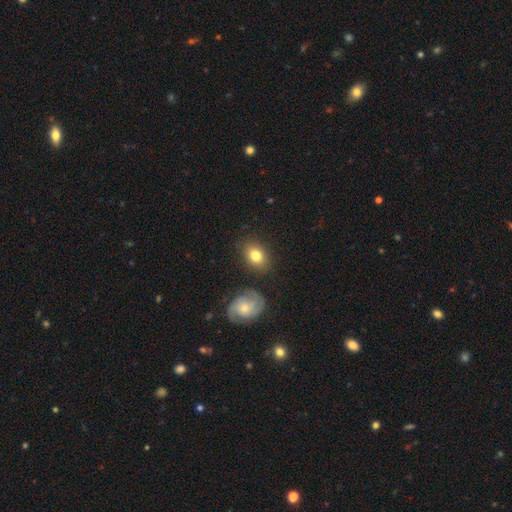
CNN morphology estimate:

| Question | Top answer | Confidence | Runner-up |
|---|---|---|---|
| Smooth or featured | smooth | 77% | featured or disk (15%) |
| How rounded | in between | 69% | round (29%) |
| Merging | none | 80% | minor disturbance (12%) |